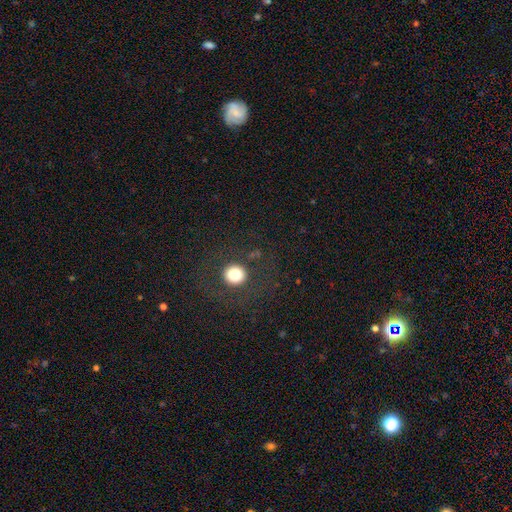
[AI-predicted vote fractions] Smooth or featured?
  - star or artifact: 47% *
  - smooth: 41%
  - featured or disk: 12%